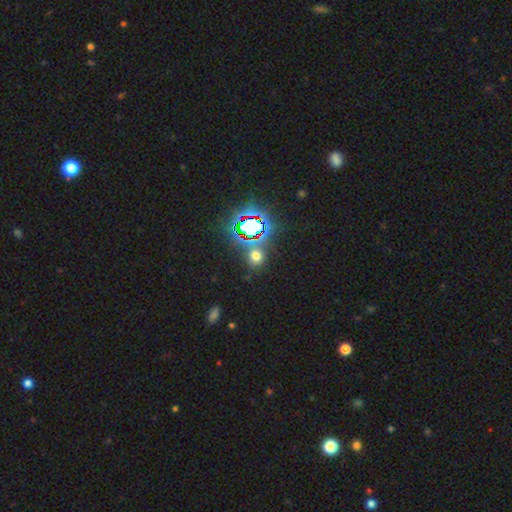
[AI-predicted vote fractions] Overall: smooth (49%; star or artifact 43%). Merging: none (77%).